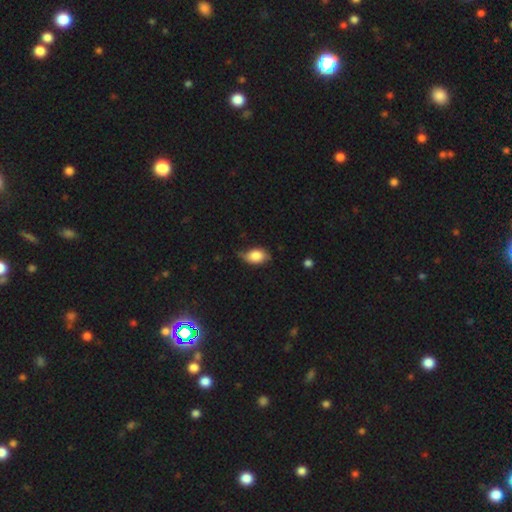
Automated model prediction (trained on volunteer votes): A smooth galaxy with no disk features (80%) that is in between round and cigar-shaped (86%).

Vote fractions:
- Smooth or featured? smooth: 80% / featured or disk: 13% / star or artifact: 7%
- How rounded? in between: 86% / round: 12% / cigar-shaped: 2%
- Merging? none: 52% / minor disturbance: 37% / major disturbance: 8% / merger: 2%